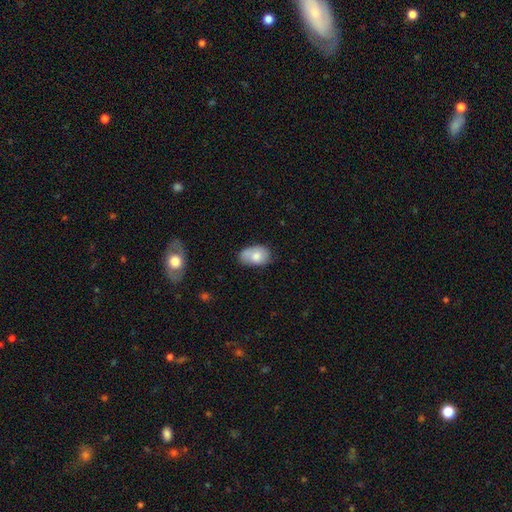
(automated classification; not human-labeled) Morphology: type=smooth (77%); roundness=in between (88%); merging=none (53%).